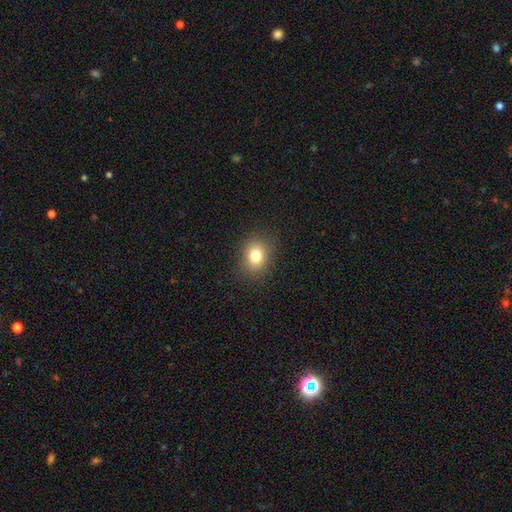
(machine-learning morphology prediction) smooth 79%, star or artifact 12%, featured or disk 9%. Down the decision tree: how rounded — round (55%); merging — none (88%).